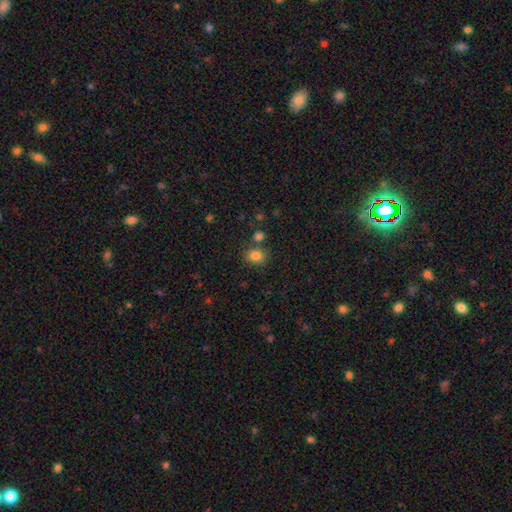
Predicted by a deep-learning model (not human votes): Smooth or featured: smooth — 82% (star or artifact — 12%)
How rounded: round — 59% (in between — 41%)
Merging: none — 74% (merger — 12%)